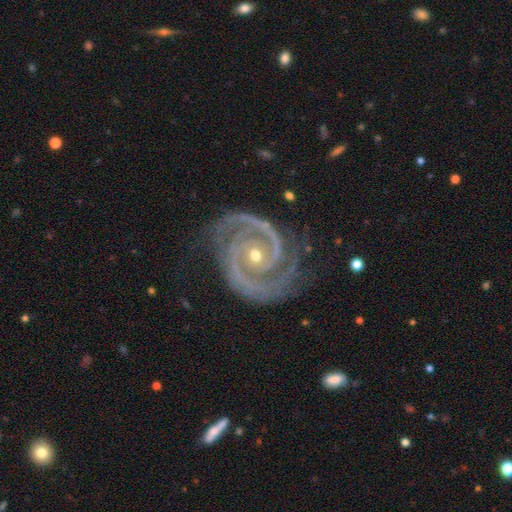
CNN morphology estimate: This is clearly a featured or disk galaxy (94%). It is clearly not viewed edge-on (98%). Bar: likely no (69%). Spiral arm pattern: clearly yes (99%). Spiral arm count: clearly 2 (80%). Spiral winding: likely tight (75%). Central bulge: possibly small (52%). Merging: likely none (77%).